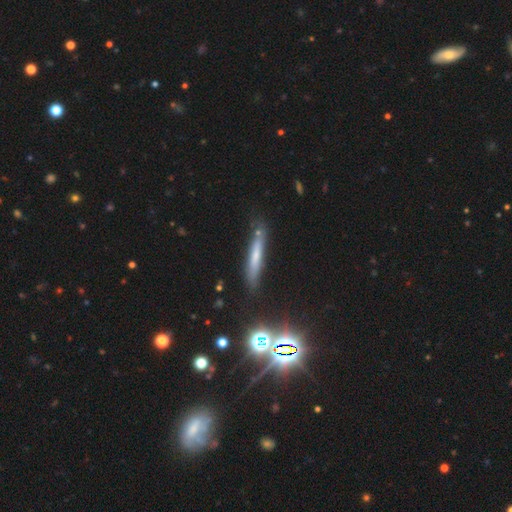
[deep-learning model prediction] The model was most divided on "smooth or featured": smooth: 52%, featured or disk: 33%, star or artifact: 15%. More confident: how rounded — cigar-shaped (92%); merging — none (76%).